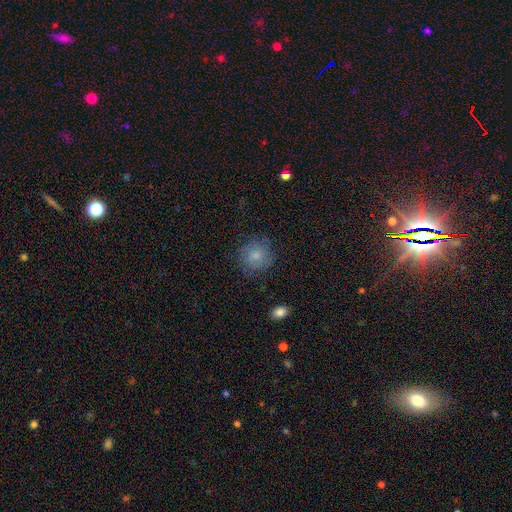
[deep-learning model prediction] Smooth or featured? Predicted: smooth (p=0.79). How rounded? Predicted: round (p=0.89). Merging? Predicted: none (p=0.80).